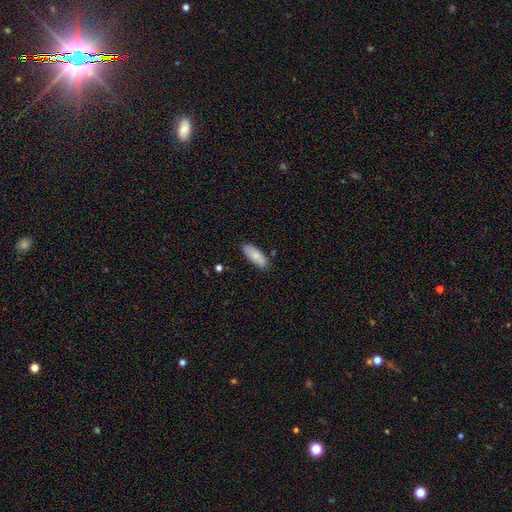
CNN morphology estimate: smooth-or-featured: smooth: 79% | featured or disk: 14% | star or artifact: 6%
  how-rounded: in between: 76% | cigar-shaped: 22% | round: 2%
  merging: none: 84% | minor disturbance: 12% | major disturbance: 2% | merger: 2%